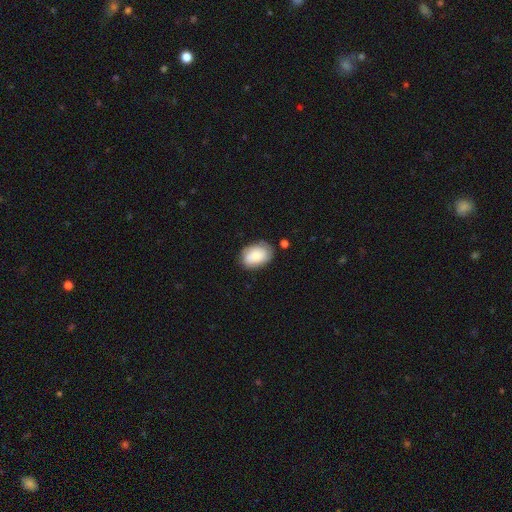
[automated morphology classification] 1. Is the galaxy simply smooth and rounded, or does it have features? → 74% smooth, 19% featured or disk, 7% star or artifact.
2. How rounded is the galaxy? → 80% in between, 19% round, 1% cigar-shaped.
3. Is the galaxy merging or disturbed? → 72% none, 20% minor disturbance, 5% major disturbance, 3% merger.